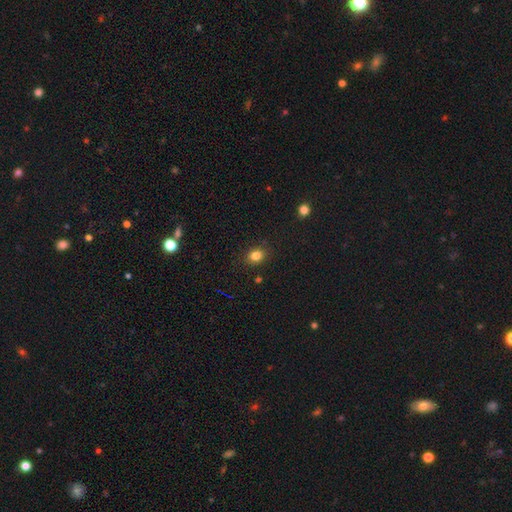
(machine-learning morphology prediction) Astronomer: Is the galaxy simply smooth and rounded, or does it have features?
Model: smooth — 82%.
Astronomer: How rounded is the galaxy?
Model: round — 56% (runner-up: in between, 43%).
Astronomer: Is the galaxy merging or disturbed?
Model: none — 88%.